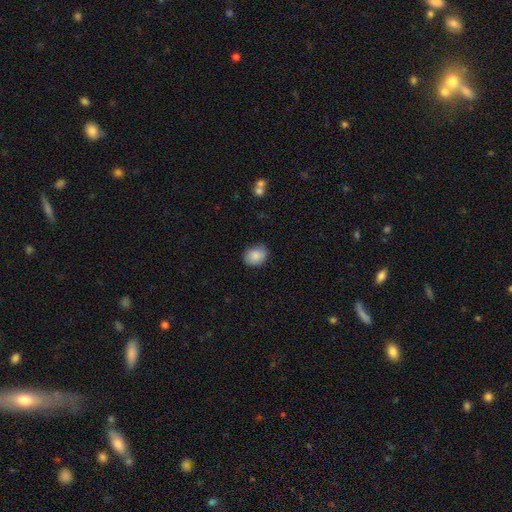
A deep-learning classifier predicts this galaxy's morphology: Overall: smooth (87%). How rounded: in between (57%; round 43%). Merging: none (82%).